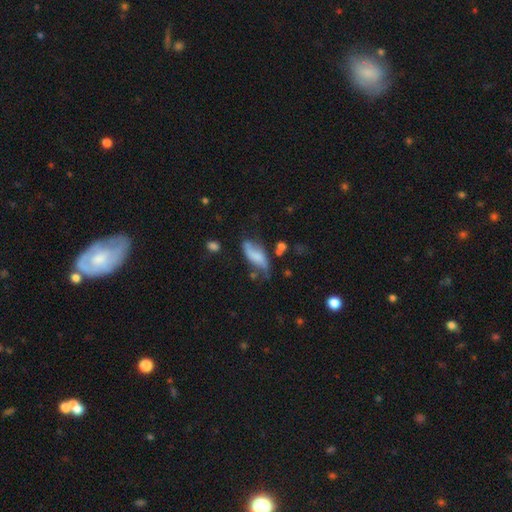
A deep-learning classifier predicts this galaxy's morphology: Smooth or featured? Predicted: smooth (p=0.62). How rounded? Predicted: in between (p=0.77). Merging? Predicted: none (p=0.42).